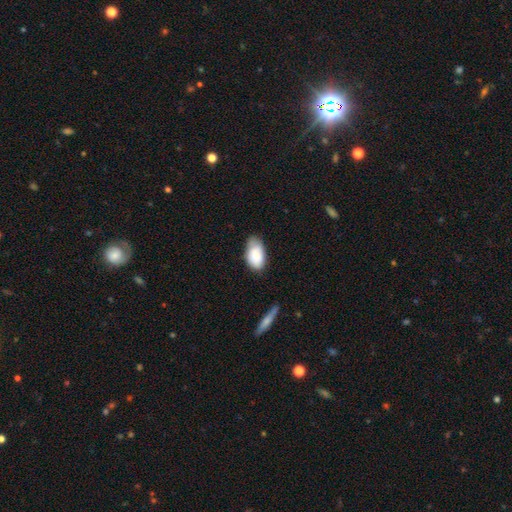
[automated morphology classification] This appears to be a smooth galaxy with no disk features (80%) that is in between round and cigar-shaped (93%). Merging: none (57%).